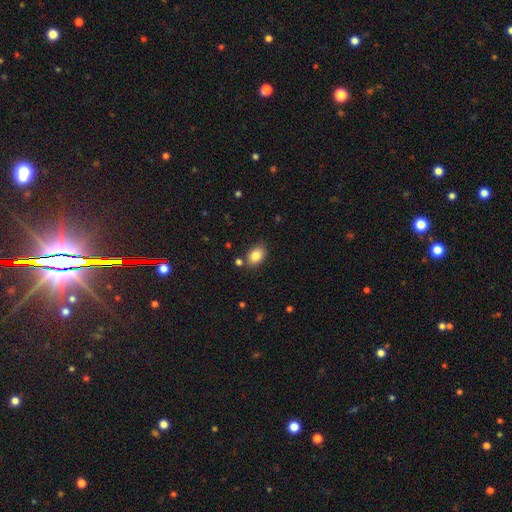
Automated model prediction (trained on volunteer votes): smooth 84%, star or artifact 9%, featured or disk 7%. Down the decision tree: how rounded — in between (81%); merging — none (77%).